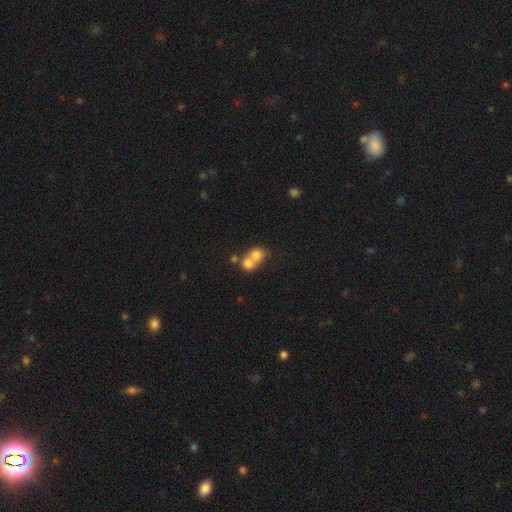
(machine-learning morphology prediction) type=smooth (72%); roundness=round (69%); merging=merger (71%).